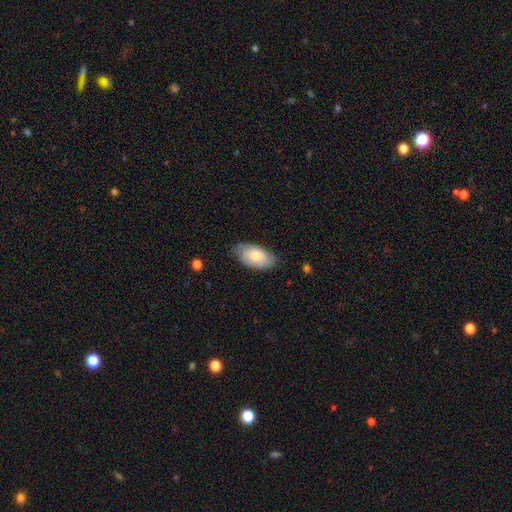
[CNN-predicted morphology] This is likely a smooth galaxy (72%). How rounded: clearly in between (94%). Merging: likely none (72%).